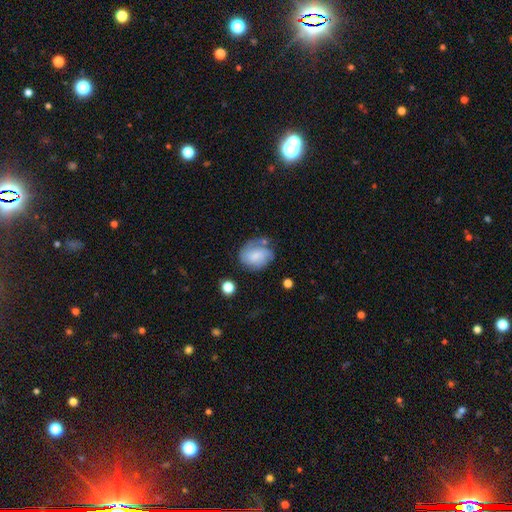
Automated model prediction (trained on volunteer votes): Q: Smooth or featured?
A: smooth (51%); runner-up: featured or disk (41%)
Q: How rounded?
A: in between (51%); runner-up: round (47%)
Q: Merging?
A: none (52%); runner-up: minor disturbance (26%)